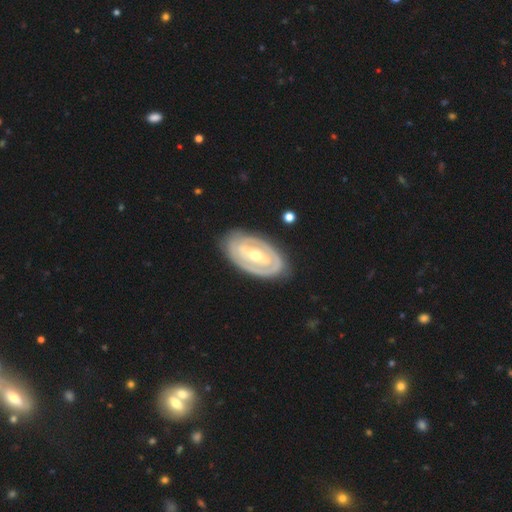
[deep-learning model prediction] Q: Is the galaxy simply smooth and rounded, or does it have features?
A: featured or disk — 80%.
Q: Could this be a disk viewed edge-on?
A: no — 94%.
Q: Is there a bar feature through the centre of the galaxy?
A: weak — 36%.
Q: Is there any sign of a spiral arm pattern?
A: yes — 66%.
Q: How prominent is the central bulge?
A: moderate — 60%.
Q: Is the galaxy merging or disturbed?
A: none — 81%.